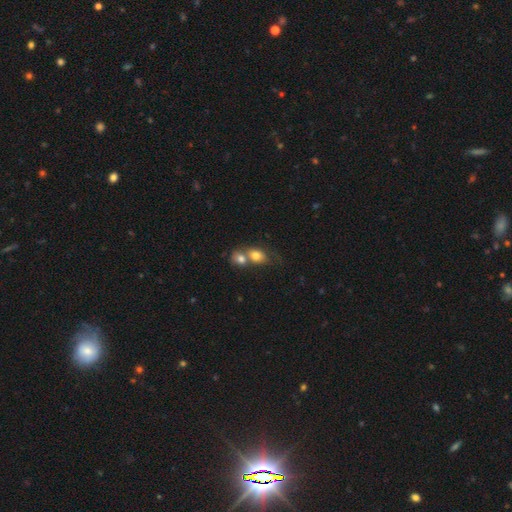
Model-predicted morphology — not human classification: smooth-or-featured: smooth: 77% | featured or disk: 14% | star or artifact: 9%
  how-rounded: in between: 58% | round: 40% | cigar-shaped: 2%
  merging: merger: 66% | none: 23% | minor disturbance: 7% | major disturbance: 4%